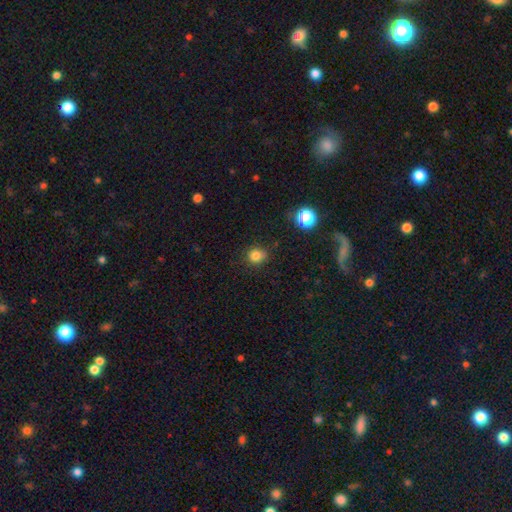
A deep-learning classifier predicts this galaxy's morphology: smooth-or-featured: smooth: 81% | star or artifact: 14% | featured or disk: 6%
  how-rounded: round: 83% | in between: 16% | cigar-shaped: 1%
  merging: none: 74% | minor disturbance: 19% | major disturbance: 4% | merger: 4%